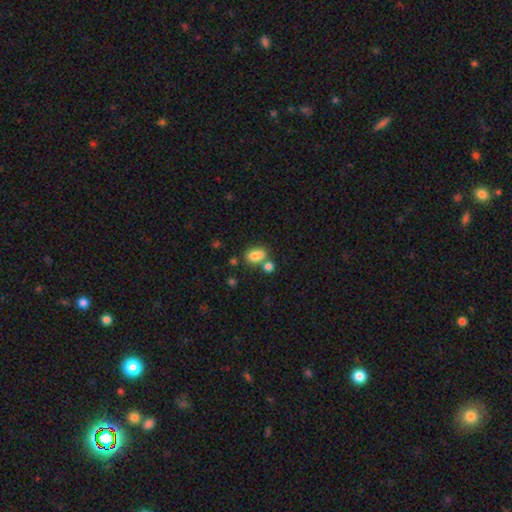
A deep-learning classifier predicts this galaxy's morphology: The model was most divided on "merging" (2-way tie): none: 41%, merger: 41%, minor disturbance: 13%, major disturbance: 5%. More confident: smooth or featured — smooth (78%); how rounded — in between (73%).